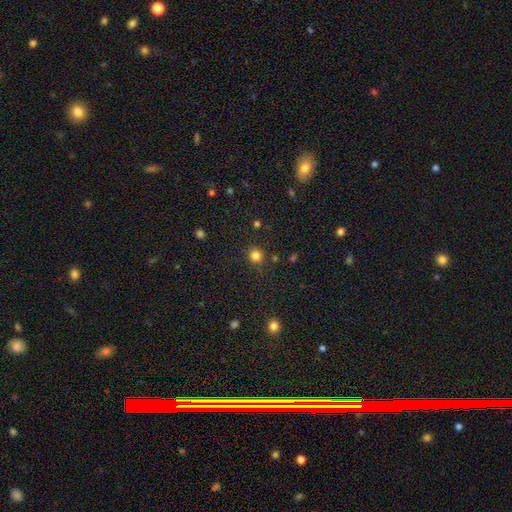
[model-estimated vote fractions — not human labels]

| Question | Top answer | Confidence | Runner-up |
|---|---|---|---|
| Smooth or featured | smooth | 82% | star or artifact (14%) |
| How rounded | round | 92% | in between (7%) |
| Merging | none | 87% | minor disturbance (8%) |